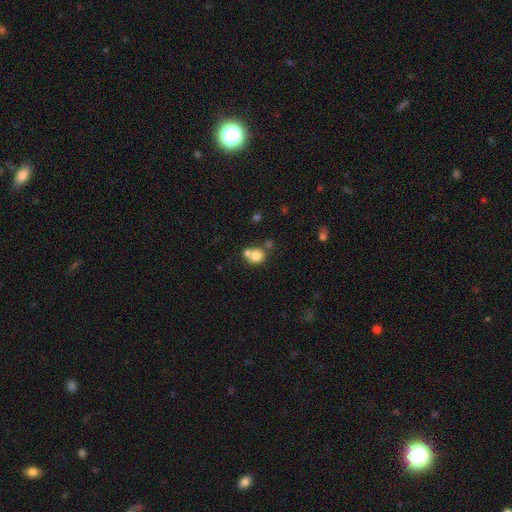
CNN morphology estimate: Smooth or featured? Predicted: smooth (p=0.77). How rounded? Predicted: round (p=0.81). Merging? Predicted: merger (p=0.46).